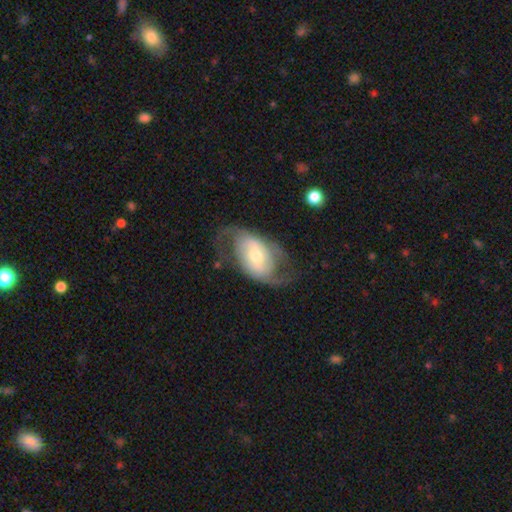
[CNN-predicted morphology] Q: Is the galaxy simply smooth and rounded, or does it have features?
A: featured or disk — 76%.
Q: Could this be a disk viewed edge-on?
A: no — 95%.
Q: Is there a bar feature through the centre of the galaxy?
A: weak — 39%.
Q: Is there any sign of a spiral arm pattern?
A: yes — 84%.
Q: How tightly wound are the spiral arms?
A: medium — 44%.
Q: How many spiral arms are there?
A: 2 — 86%.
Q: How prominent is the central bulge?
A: moderate — 55%.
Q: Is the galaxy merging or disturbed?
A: none — 64%.